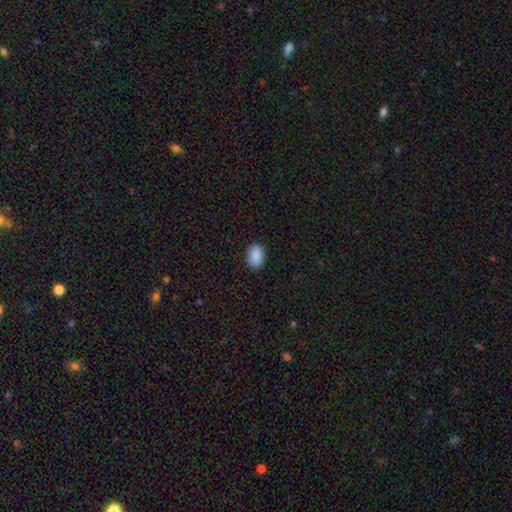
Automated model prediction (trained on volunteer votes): smooth-or-featured: smooth: 90% | star or artifact: 7% | featured or disk: 3%
  how-rounded: in between: 84% | round: 15% | cigar-shaped: 1%
  merging: none: 89% | minor disturbance: 8% | major disturbance: 2% | merger: 1%